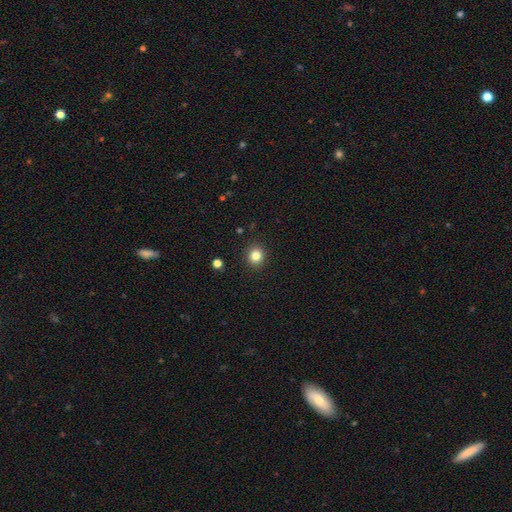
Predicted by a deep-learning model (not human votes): Overall: smooth (82%). How rounded: round (86%). Merging: none (92%).